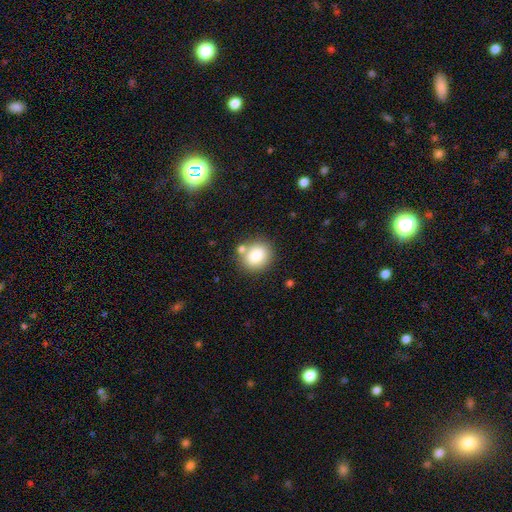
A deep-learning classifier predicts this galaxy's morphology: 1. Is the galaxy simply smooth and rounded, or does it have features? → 81% smooth, 10% star or artifact, 9% featured or disk.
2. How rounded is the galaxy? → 76% round, 23% in between, 1% cigar-shaped.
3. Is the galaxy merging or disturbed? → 74% none, 11% merger, 11% minor disturbance, 3% major disturbance.